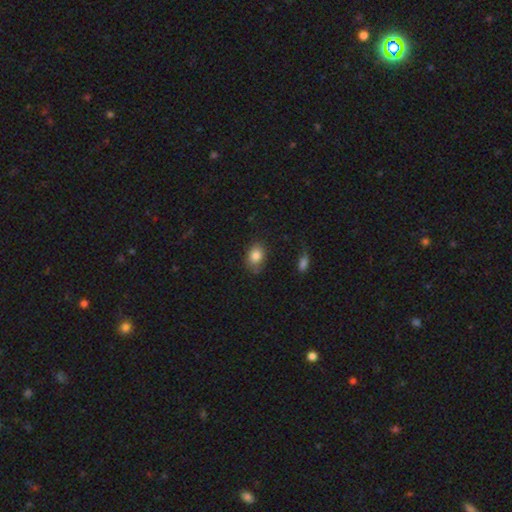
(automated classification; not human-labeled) Smooth or featured? smooth (84%)
How rounded? in between (69%)
Merging? none (73%)